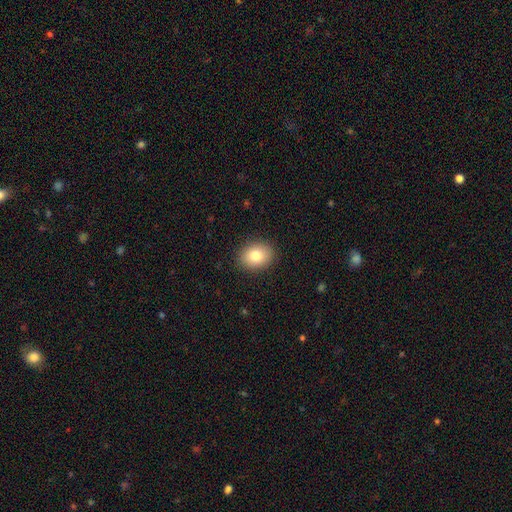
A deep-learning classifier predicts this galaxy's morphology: A smooth galaxy with no disk features (81%) that is in between round and cigar-shaped (57%). Merging: none (90%).